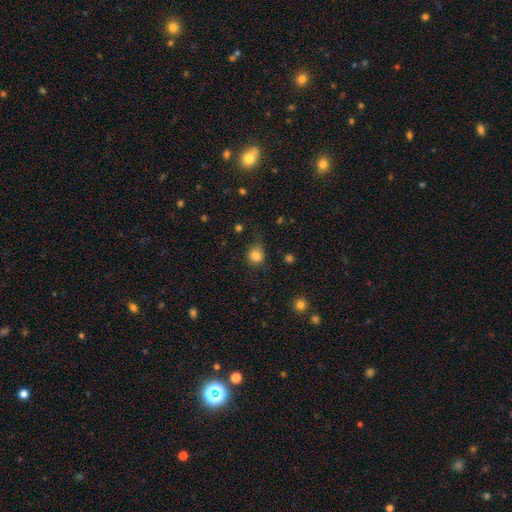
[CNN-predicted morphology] smooth_or_featured: smooth (p=0.83) [alt: star or artifact p=0.12]
how_rounded: round (p=0.79) [alt: in between p=0.20]
merging: none (p=0.71) [alt: minor disturbance p=0.22]